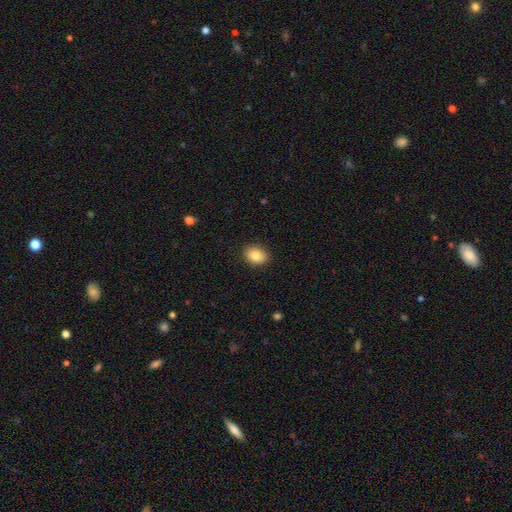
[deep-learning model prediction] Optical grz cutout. It shows a smooth galaxy with no disk features (84%) that is in between round and cigar-shaped (71%). Merging: none (90%).